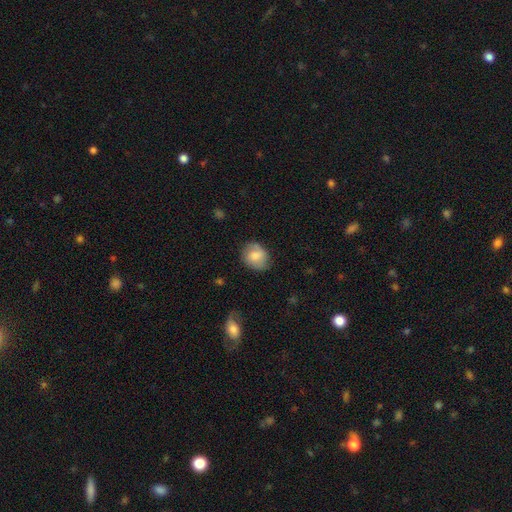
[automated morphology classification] Smooth or featured? Predicted: smooth (p=0.74). How rounded? Predicted: round (p=0.62). Merging? Predicted: none (p=0.72).